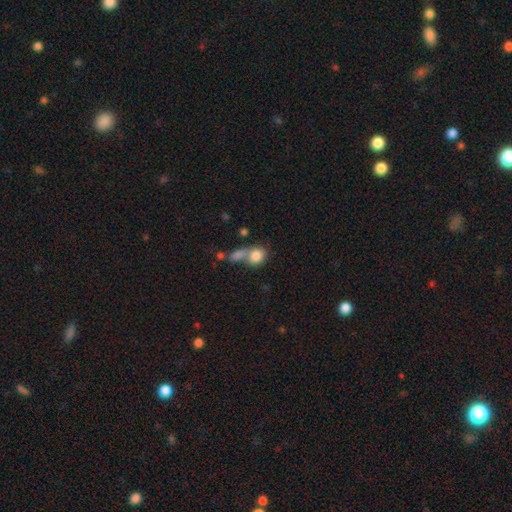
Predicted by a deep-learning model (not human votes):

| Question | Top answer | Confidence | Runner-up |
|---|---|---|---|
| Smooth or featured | smooth | 82% | featured or disk (9%) |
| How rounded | round | 63% | in between (34%) |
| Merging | merger | 48% | none (35%) |